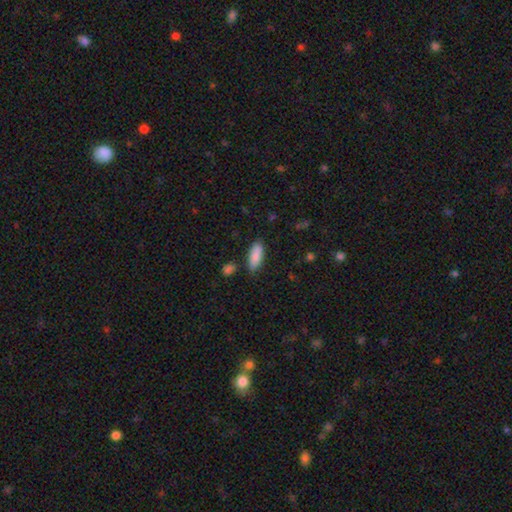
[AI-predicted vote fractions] Smooth or featured?
  - smooth: 87% *
  - featured or disk: 7%
  - star or artifact: 7%
How rounded?
  - in between: 70% *
  - cigar-shaped: 28%
  - round: 2%
Merging?
  - none: 79% *
  - minor disturbance: 14%
  - merger: 4%
  - major disturbance: 3%